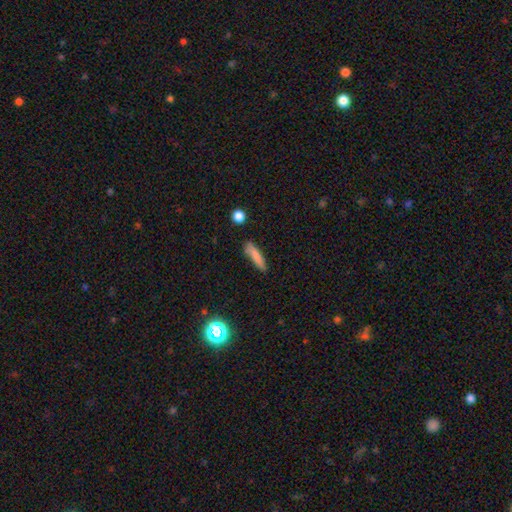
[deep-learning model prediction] Smooth or featured? Predicted: smooth (p=0.80). How rounded? Predicted: cigar-shaped (p=0.81). Merging? Predicted: none (p=0.77).